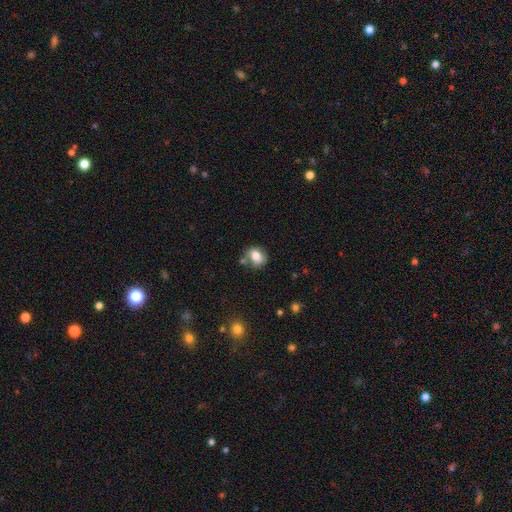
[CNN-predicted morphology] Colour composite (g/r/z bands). It shows a smooth galaxy with no disk features (75%) that is round (58%). Merging: none (60%).